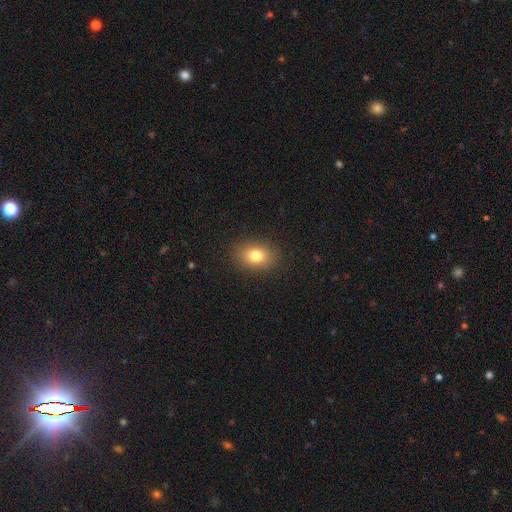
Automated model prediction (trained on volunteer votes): Smooth or featured?
  - smooth: 80% *
  - star or artifact: 11%
  - featured or disk: 9%
How rounded?
  - in between: 71% *
  - round: 28%
  - cigar-shaped: 1%
Merging?
  - none: 88% *
  - minor disturbance: 8%
  - major disturbance: 3%
  - merger: 1%